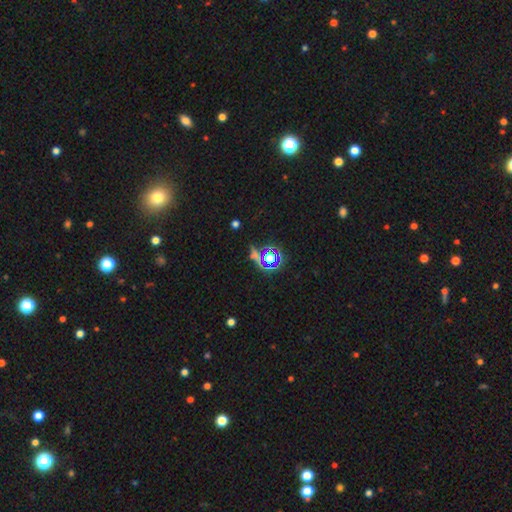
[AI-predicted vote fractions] Overall: star or artifact (70%).